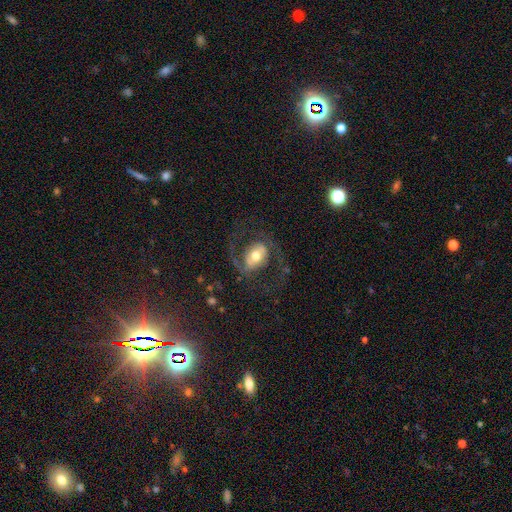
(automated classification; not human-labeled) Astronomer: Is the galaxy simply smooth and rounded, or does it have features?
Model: featured or disk — 75%.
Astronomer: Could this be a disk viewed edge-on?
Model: no — 96%.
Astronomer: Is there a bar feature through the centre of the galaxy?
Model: weak — 36% (runner-up: no, 34%).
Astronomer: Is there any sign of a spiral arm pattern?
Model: yes — 86%.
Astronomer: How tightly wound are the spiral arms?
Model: medium — 52% (runner-up: loose, 33%).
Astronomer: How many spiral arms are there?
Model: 2 — 87%.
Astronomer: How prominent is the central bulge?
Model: moderate — 66%.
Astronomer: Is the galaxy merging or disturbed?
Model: none — 65%.